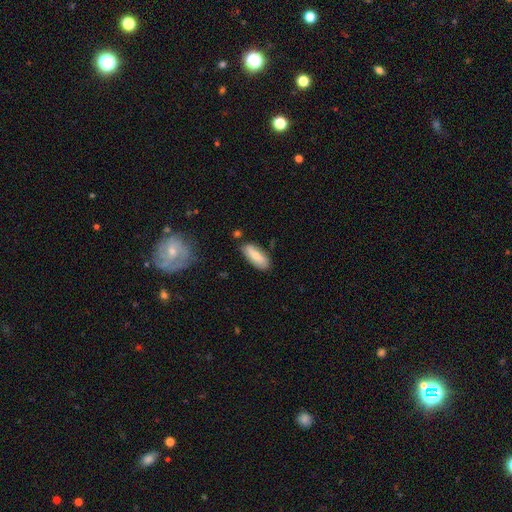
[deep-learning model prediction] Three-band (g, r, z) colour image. It shows a smooth galaxy with no disk features (71%) that is in between round and cigar-shaped (73%). Merging: none (80%).